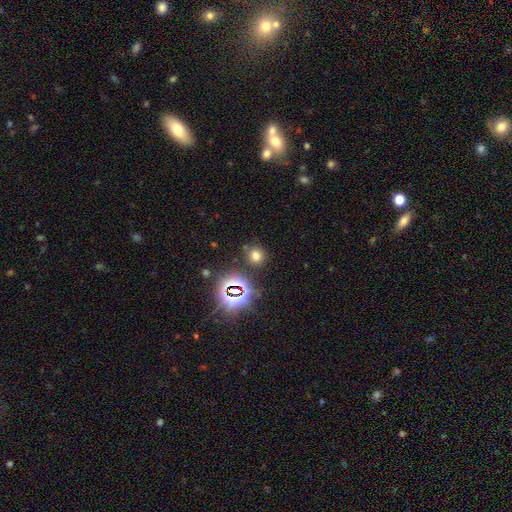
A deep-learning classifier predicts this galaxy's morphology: smooth-or-featured: smooth: 64% | star or artifact: 28% | featured or disk: 8%
  how-rounded: round: 84% | in between: 15% | cigar-shaped: 1%
  merging: none: 83% | minor disturbance: 8% | merger: 5% | major disturbance: 3%